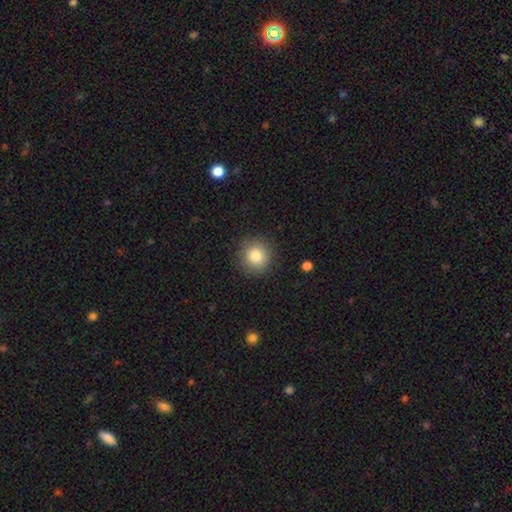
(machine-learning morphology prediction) Overall: smooth (83%). How rounded: round (92%). Merging: none (89%).